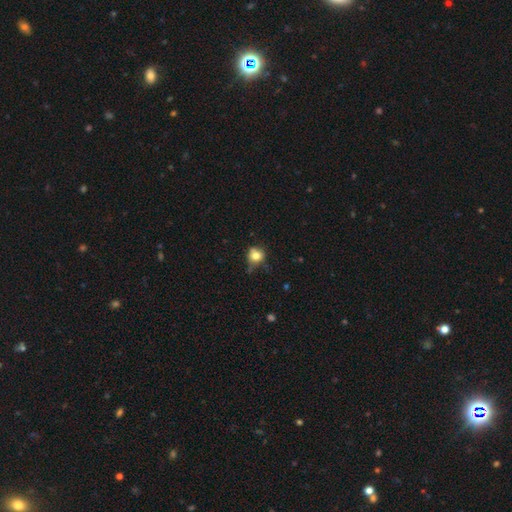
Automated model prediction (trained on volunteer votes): Smooth or featured? Predicted: smooth (p=0.74). How rounded? Predicted: round (p=0.75). Merging? Predicted: none (p=0.50).